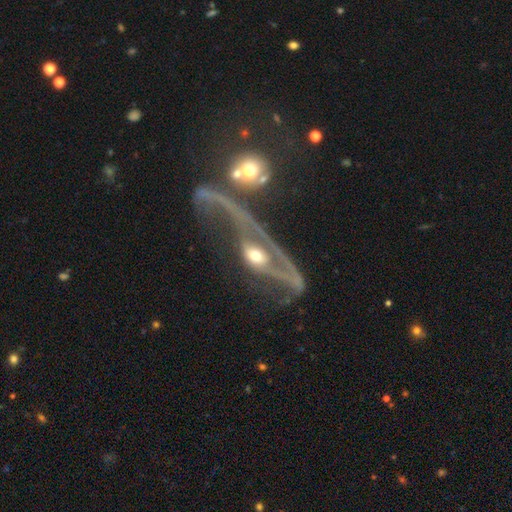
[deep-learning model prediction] This appears to be a featured or disk galaxy (65%) with no bar (71%), spiral arms (52%) and a moderate central bulge (62%). Merging: major disturbance (51%).